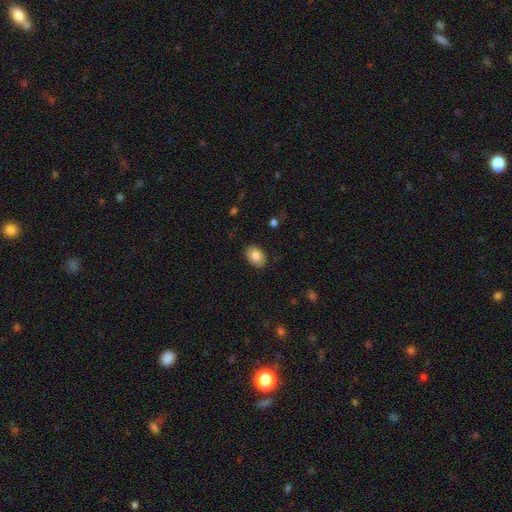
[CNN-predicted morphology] smooth-or-featured: smooth: 82% | featured or disk: 10% | star or artifact: 7%
  how-rounded: in between: 82% | round: 17% | cigar-shaped: 1%
  merging: none: 87% | minor disturbance: 10% | major disturbance: 2% | merger: 1%